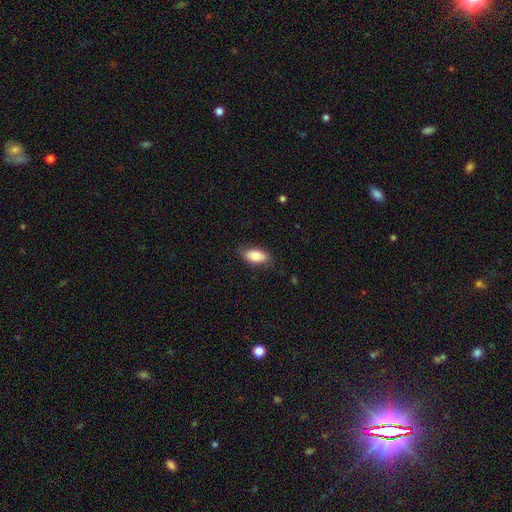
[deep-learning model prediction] smooth_or_featured: smooth (p=0.82) [alt: featured or disk p=0.12]
how_rounded: in between (p=0.91) [alt: cigar-shaped p=0.05]
merging: none (p=0.79) [alt: minor disturbance p=0.16]